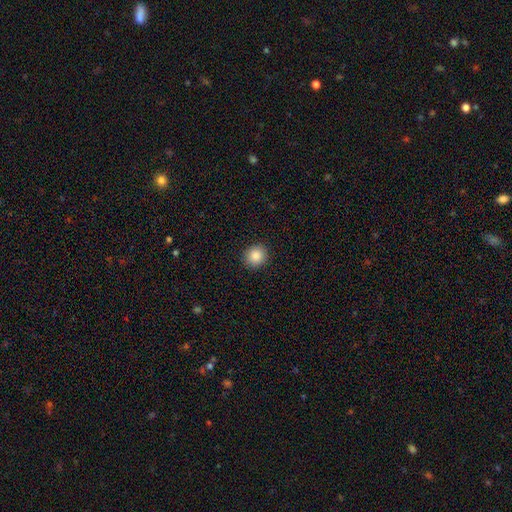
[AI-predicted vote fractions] smooth 87%, star or artifact 9%, featured or disk 4%. Down the decision tree: how rounded — round (82%); merging — none (91%).